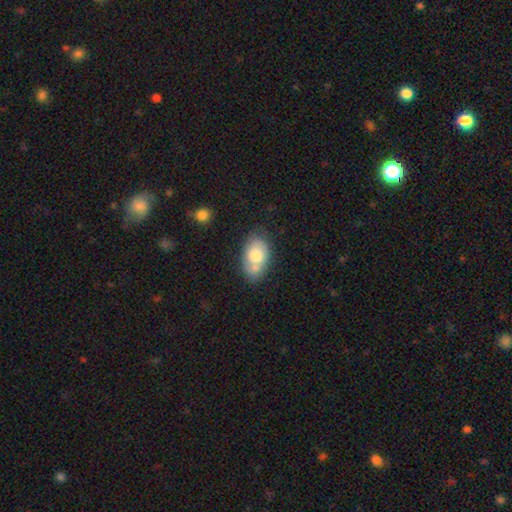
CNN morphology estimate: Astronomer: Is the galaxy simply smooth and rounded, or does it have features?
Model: smooth — 65%.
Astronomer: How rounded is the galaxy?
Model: in between — 89%.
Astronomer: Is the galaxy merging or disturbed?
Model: none — 47% (runner-up: merger, 27%).